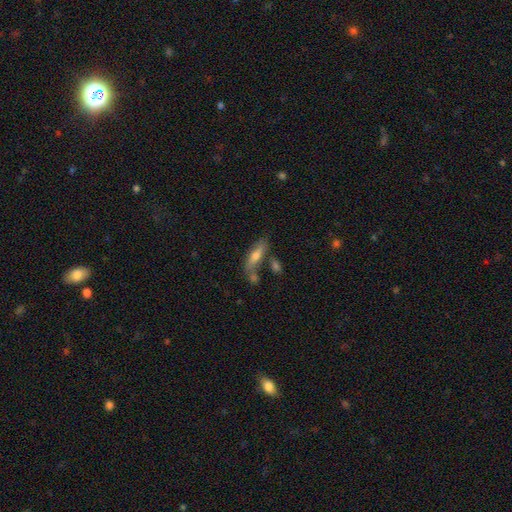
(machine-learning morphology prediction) type=smooth (54%); roundness=cigar-shaped (49%); merging=none (56%).